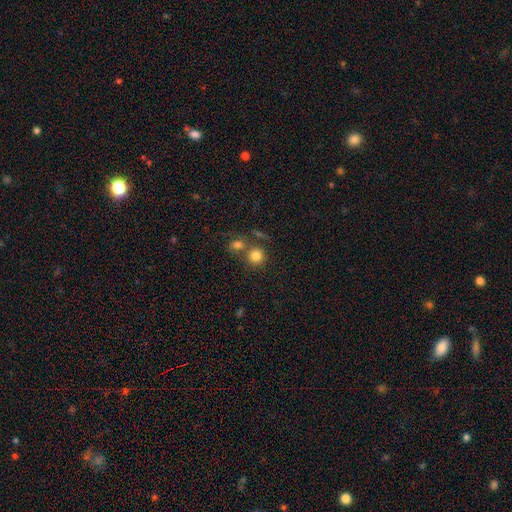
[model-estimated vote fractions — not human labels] Smooth or featured: smooth — 80% (star or artifact — 12%)
How rounded: round — 88% (in between — 10%)
Merging: none — 59% (merger — 28%)